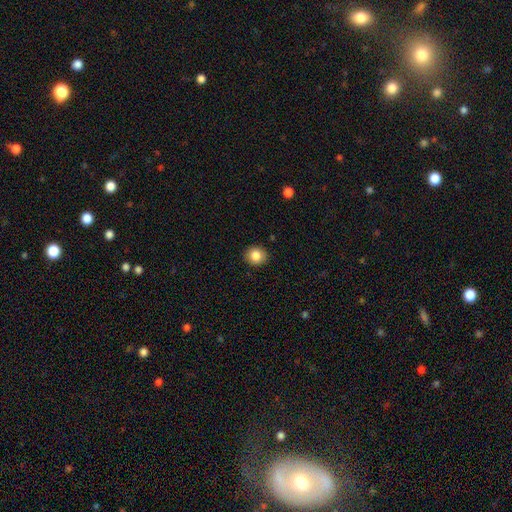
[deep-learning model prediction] Smooth or featured?
  - smooth: 85% *
  - star or artifact: 9%
  - featured or disk: 6%
How rounded?
  - round: 79% *
  - in between: 20%
  - cigar-shaped: 1%
Merging?
  - none: 91% *
  - minor disturbance: 7%
  - major disturbance: 2%
  - merger: 1%